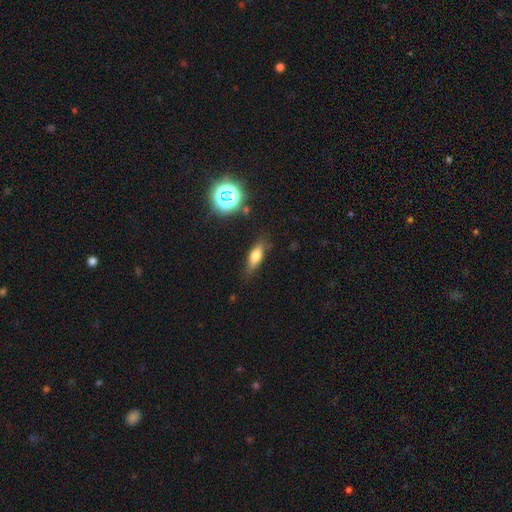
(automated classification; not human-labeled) This is likely a smooth galaxy (62%). How rounded: possibly in between (59%). Merging: likely none (79%).